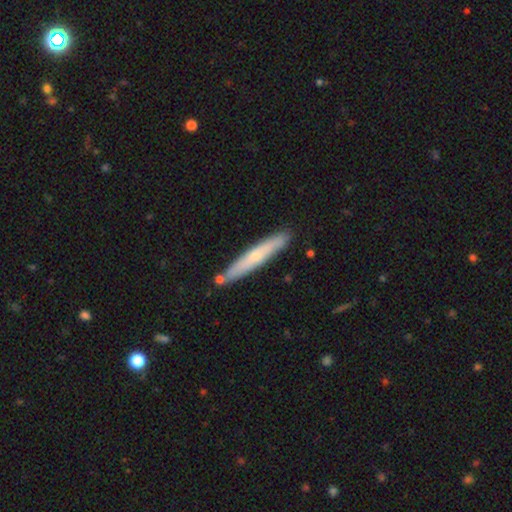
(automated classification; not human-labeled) The model was most divided on "smooth or featured": smooth: 53%, featured or disk: 41%, star or artifact: 5%. More confident: how rounded — cigar-shaped (94%); merging — none (83%).